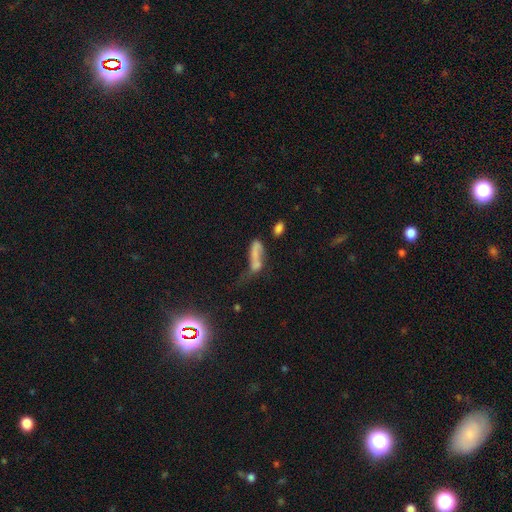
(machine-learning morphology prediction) Smooth or featured: smooth — 51% (featured or disk — 31%)
How rounded: in between — 53% (cigar-shaped — 41%)
Merging: merger — 35% (major disturbance — 31%)